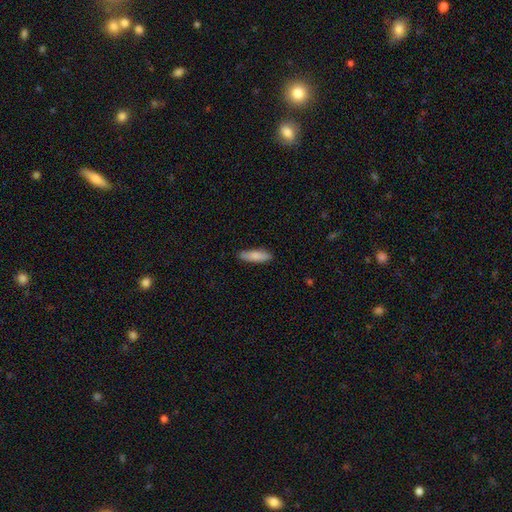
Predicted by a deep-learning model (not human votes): The model was most divided on "how rounded": cigar-shaped: 60%, in between: 38%, round: 2%. More confident: merging — none (86%); smooth or featured — smooth (85%).